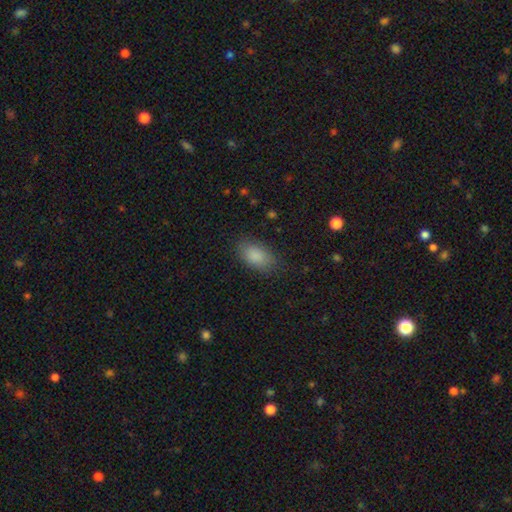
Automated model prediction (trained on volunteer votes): smooth_or_featured: smooth (p=0.87) [alt: star or artifact p=0.07]
how_rounded: in between (p=0.92) [alt: round p=0.06]
merging: none (p=0.83) [alt: minor disturbance p=0.13]